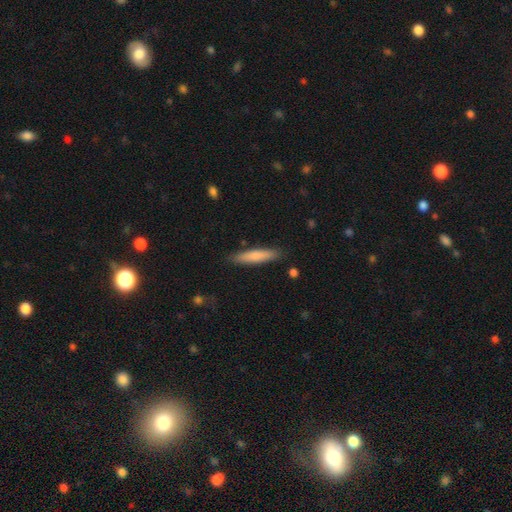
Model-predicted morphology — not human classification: Smooth or featured? Predicted: smooth (p=0.75). How rounded? Predicted: cigar-shaped (p=0.88). Merging? Predicted: none (p=0.87).